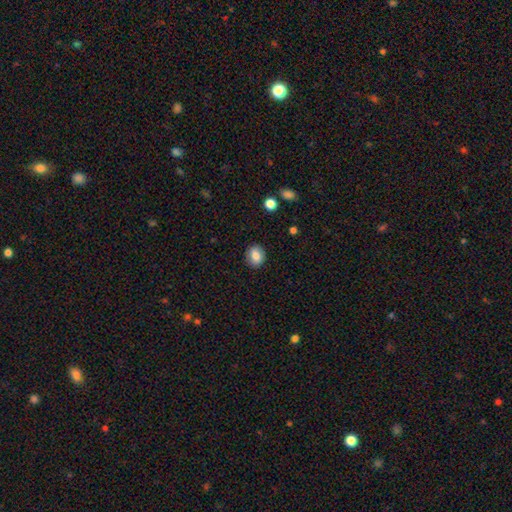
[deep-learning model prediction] Overall: smooth (82%). How rounded: round (57%; in between 42%). Merging: none (88%).